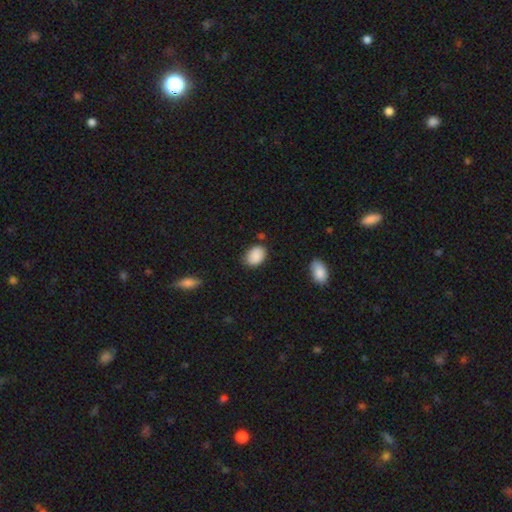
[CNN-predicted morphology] A smooth galaxy with no disk features (88%) that is in between round and cigar-shaped (77%). Merging: none (76%).